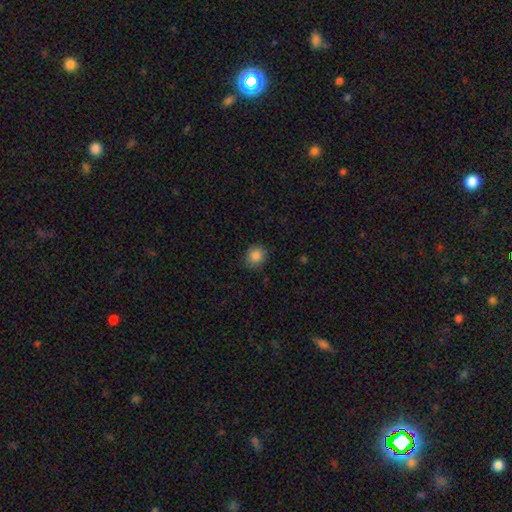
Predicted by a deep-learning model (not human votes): Smooth or featured?
  - smooth: 86% *
  - star or artifact: 10%
  - featured or disk: 4%
How rounded?
  - round: 78% *
  - in between: 21%
  - cigar-shaped: 1%
Merging?
  - none: 87% *
  - minor disturbance: 9%
  - major disturbance: 2%
  - merger: 1%